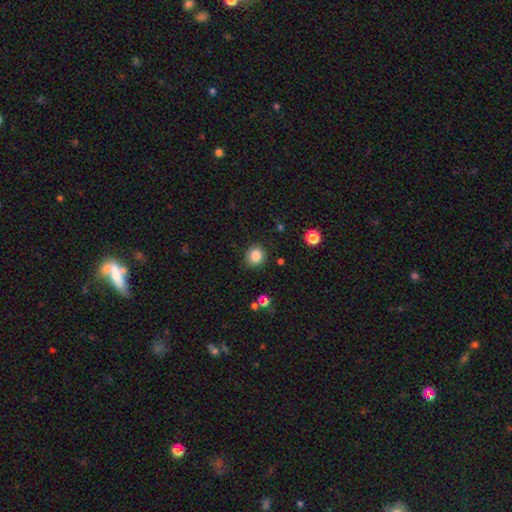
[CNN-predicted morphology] Smooth or featured: smooth — 85% (star or artifact — 11%)
How rounded: round — 87% (in between — 12%)
Merging: none — 88% (minor disturbance — 8%)